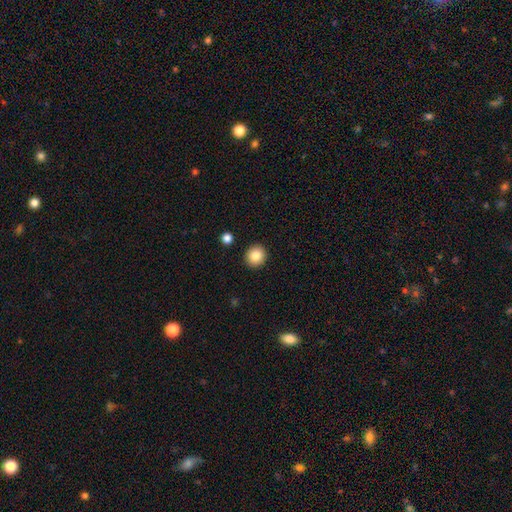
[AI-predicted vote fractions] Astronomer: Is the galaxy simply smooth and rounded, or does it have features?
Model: smooth — 85%.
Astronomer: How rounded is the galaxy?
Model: round — 89%.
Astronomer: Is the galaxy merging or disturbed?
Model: none — 92%.